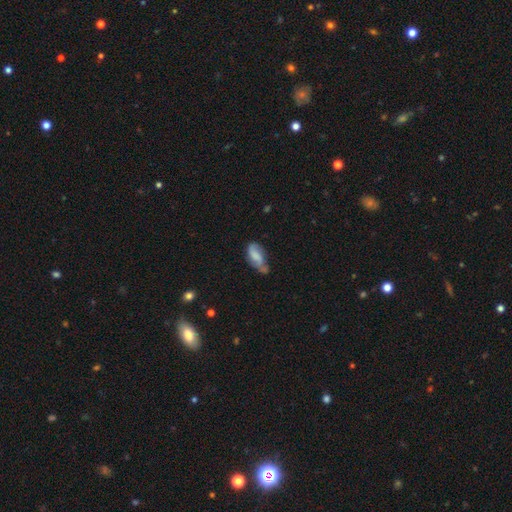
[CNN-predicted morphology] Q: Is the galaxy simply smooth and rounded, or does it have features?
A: smooth — 62%.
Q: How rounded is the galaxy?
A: in between — 85%.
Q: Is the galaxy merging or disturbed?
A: minor disturbance — 40%.